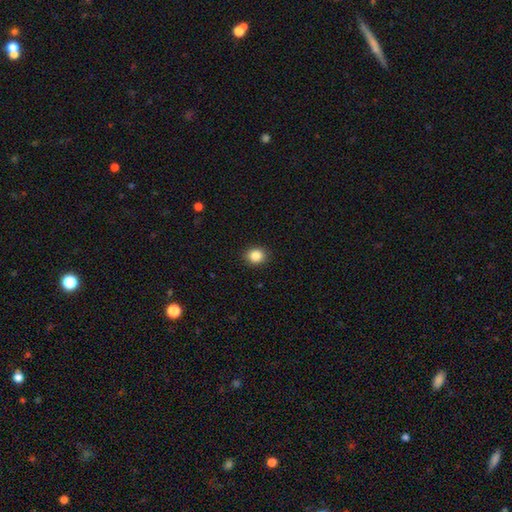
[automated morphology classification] smooth_or_featured: smooth (p=0.87) [alt: star or artifact p=0.10]
how_rounded: round (p=0.71) [alt: in between p=0.28]
merging: none (p=0.90) [alt: minor disturbance p=0.07]